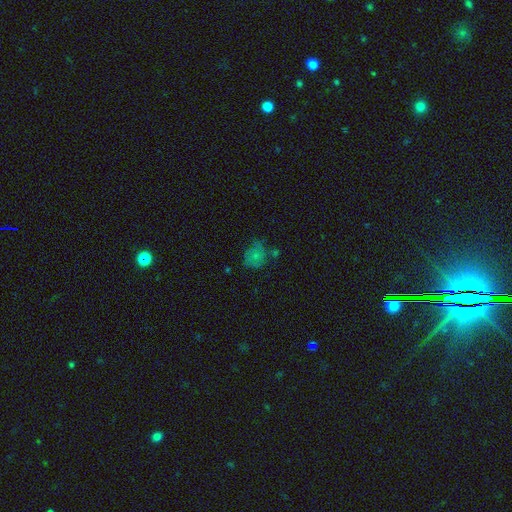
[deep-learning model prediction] smooth 67%, featured or disk 19%, star or artifact 14%. Down the decision tree: how rounded — round (65%); merging — none (47%).